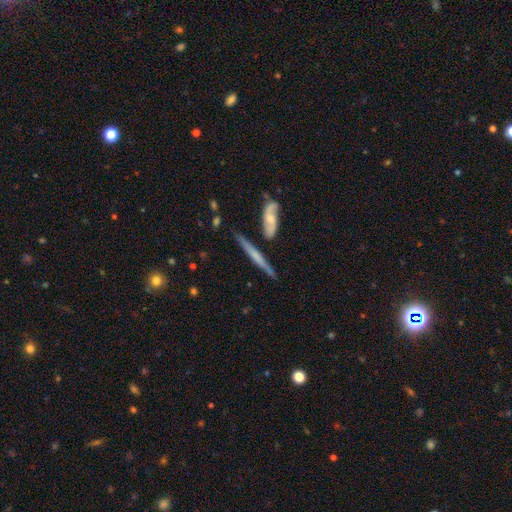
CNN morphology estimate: A featured or disk galaxy (61%) viewed edge-on (87%) with no central bulge (54%). Merging: none (69%).